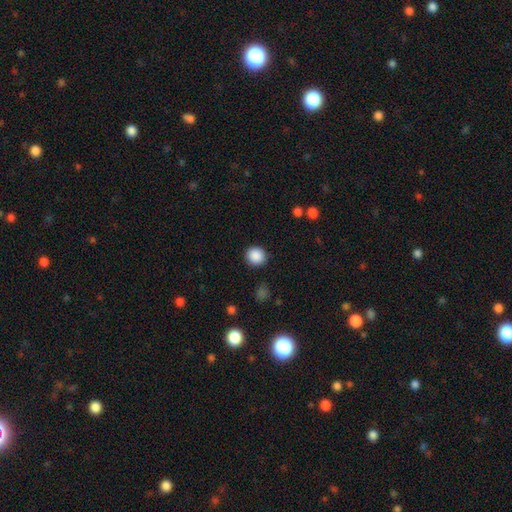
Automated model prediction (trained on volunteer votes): A smooth galaxy with no disk features (88%) that is round (91%). Merging: none (90%).